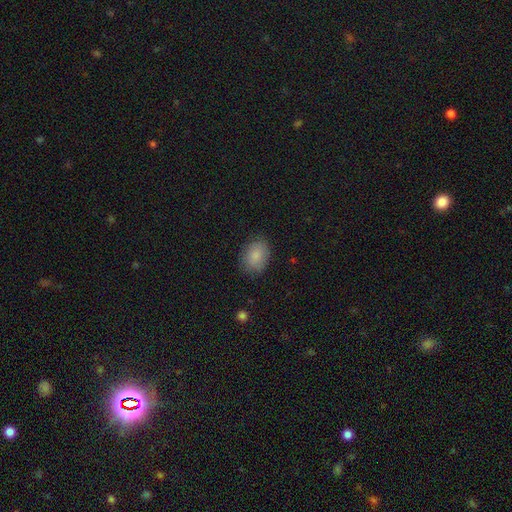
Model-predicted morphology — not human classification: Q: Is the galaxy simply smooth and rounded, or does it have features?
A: smooth — 84%.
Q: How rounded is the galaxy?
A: in between — 70%.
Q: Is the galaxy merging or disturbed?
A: none — 81%.